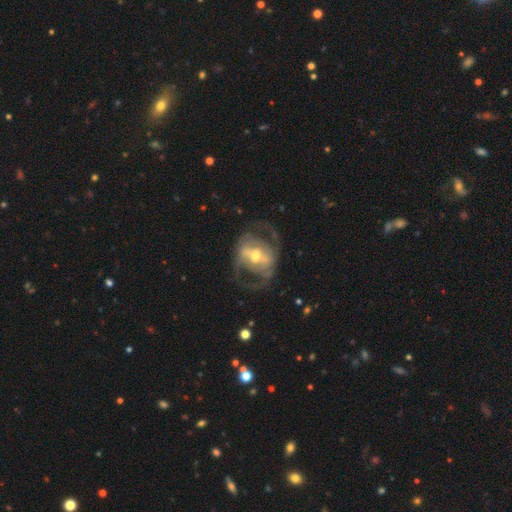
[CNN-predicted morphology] smooth_or_featured: featured or disk (p=0.81) [alt: smooth p=0.14]
disk_edge_on: no (p=0.95) [alt: yes p=0.05]
bar: strong (p=0.47) [alt: weak p=0.33]
has_spiral_arms: yes (p=0.69) [alt: no p=0.31]
spiral_winding: medium (p=0.48) [alt: loose p=0.30]
spiral_arm_count: 2 (p=0.76) [alt: can't tell p=0.15]
bulge_size: moderate (p=0.66) [alt: small p=0.24]
merging: none (p=0.59) [alt: major disturbance p=0.23]